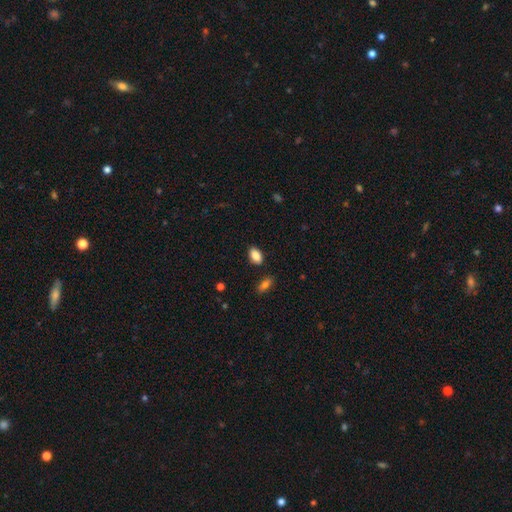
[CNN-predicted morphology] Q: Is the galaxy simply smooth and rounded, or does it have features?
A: smooth — 87%.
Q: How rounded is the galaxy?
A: in between — 91%.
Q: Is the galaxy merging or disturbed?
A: none — 86%.